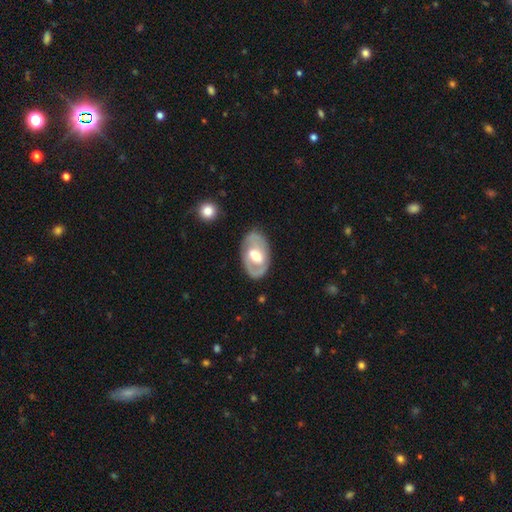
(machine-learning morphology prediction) The model was most divided on "spiral arms": yes: 57%, no: 43%. Remaining: edge-on disk — no (94%); merging — none (80%); smooth or featured — featured or disk (68%); bulge size — moderate (63%); bar — weak (46%).